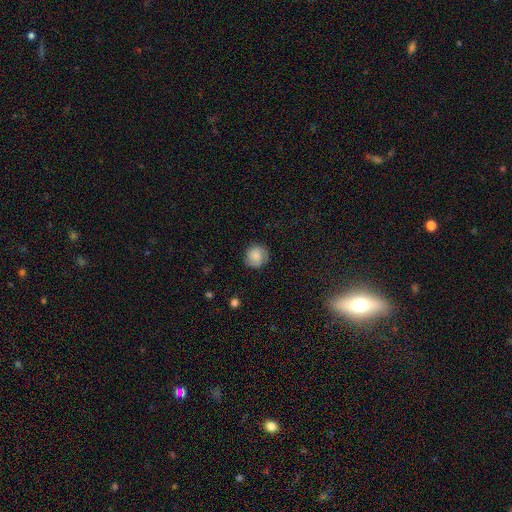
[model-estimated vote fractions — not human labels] Smooth or featured: smooth — 66% (featured or disk — 26%)
How rounded: round — 89% (in between — 10%)
Merging: none — 80% (minor disturbance — 15%)